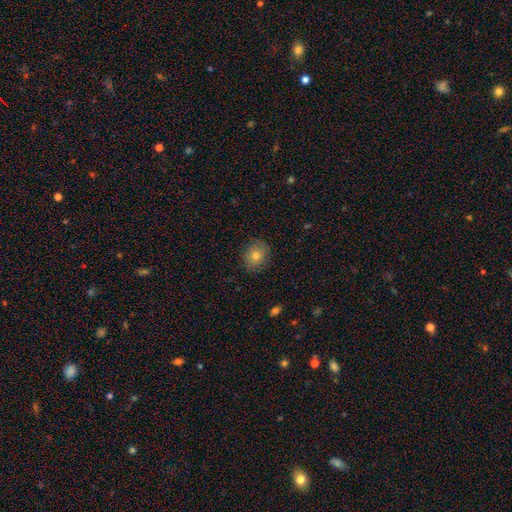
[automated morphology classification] A smooth galaxy with no disk features (72%) that is round (66%). Merging: none (86%).